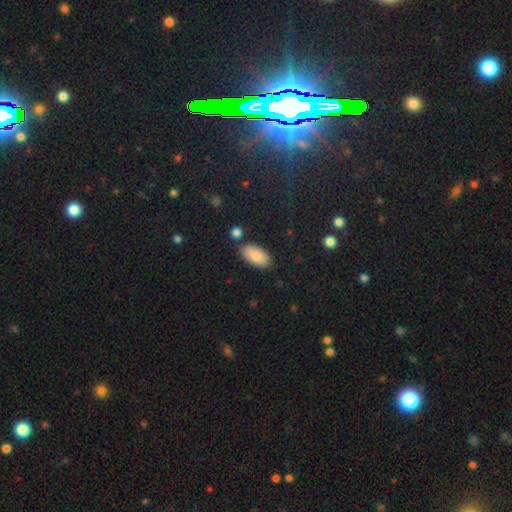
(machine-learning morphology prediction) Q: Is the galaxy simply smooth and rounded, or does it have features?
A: smooth — 86%.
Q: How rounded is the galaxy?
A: in between — 94%.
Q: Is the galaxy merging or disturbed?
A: none — 81%.